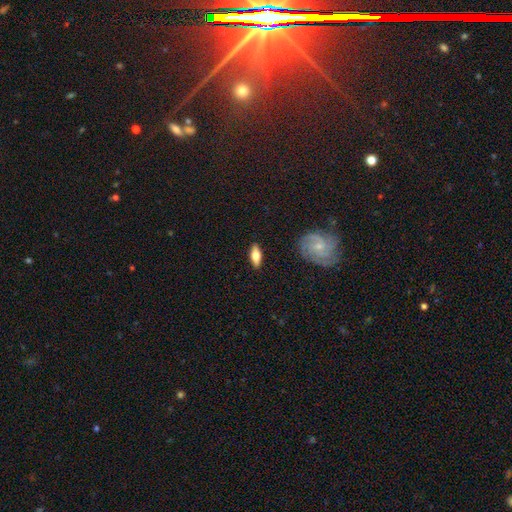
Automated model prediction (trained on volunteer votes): smooth_or_featured: smooth (p=0.56) [alt: featured or disk p=0.38]
how_rounded: in between (p=0.65) [alt: cigar-shaped p=0.32]
merging: none (p=0.86) [alt: minor disturbance p=0.10]